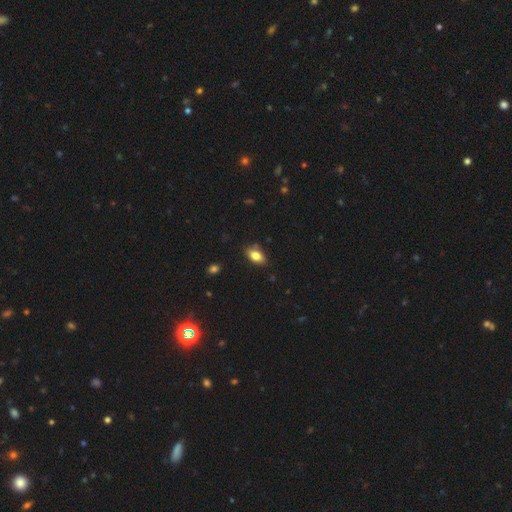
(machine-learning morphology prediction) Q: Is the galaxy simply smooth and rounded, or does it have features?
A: smooth — 81%.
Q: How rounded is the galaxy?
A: in between — 89%.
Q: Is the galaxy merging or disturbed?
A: none — 80%.